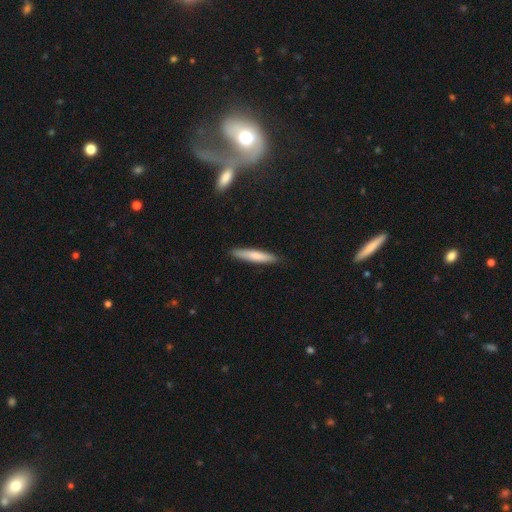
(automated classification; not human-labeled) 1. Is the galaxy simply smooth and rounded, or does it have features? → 74% smooth, 20% featured or disk, 5% star or artifact.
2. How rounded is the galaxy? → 91% cigar-shaped, 8% in between, 1% round.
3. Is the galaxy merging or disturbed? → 90% none, 8% minor disturbance, 2% major disturbance, 1% merger.